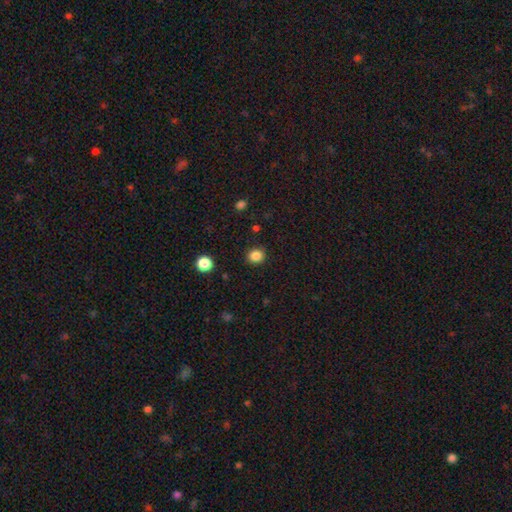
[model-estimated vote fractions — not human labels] Smooth or featured? smooth (86%)
How rounded? round (79%)
Merging? none (89%)